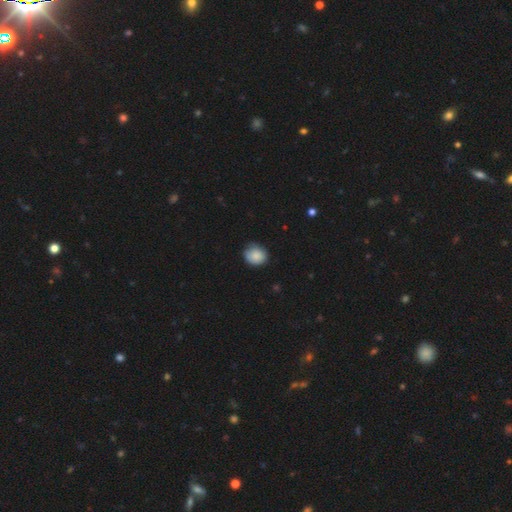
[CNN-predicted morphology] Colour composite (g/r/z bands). It shows a smooth galaxy with no disk features (86%) that is round (71%). Merging: none (70%).